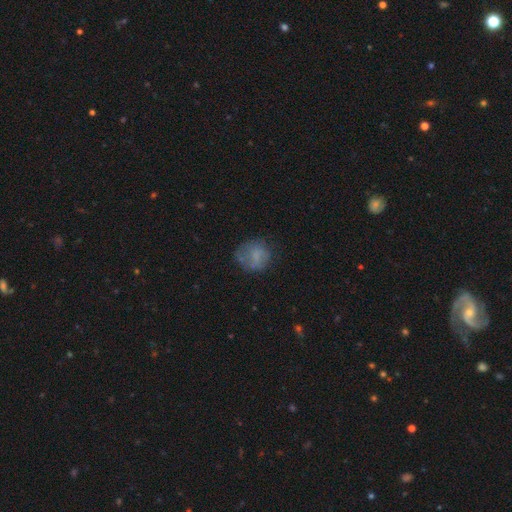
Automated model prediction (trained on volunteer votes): Overall: smooth (64%; featured or disk 25%). How rounded: round (78%). Merging: none (59%; minor disturbance 23%).